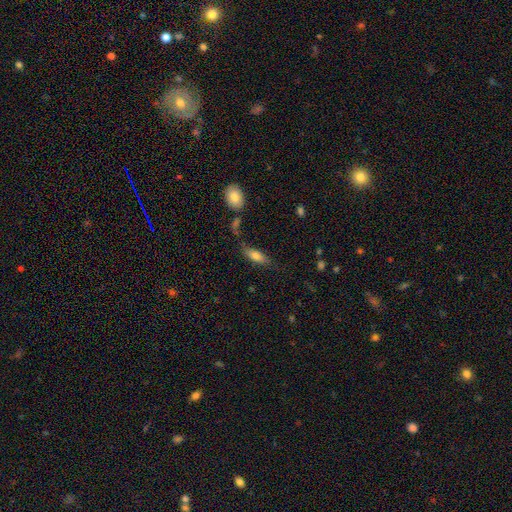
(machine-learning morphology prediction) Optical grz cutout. It shows a smooth galaxy with no disk features (71%) that is in between round and cigar-shaped (67%). Merging: none (62%).